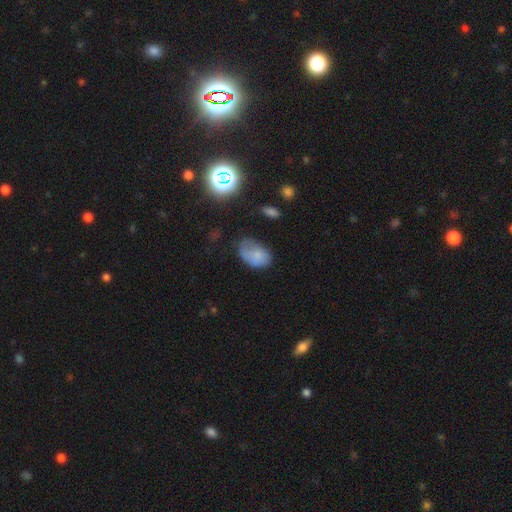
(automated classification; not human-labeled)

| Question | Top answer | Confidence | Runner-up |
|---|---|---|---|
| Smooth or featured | smooth | 72% | featured or disk (17%) |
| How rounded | in between | 84% | round (15%) |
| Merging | none | 39% | minor disturbance (36%) |